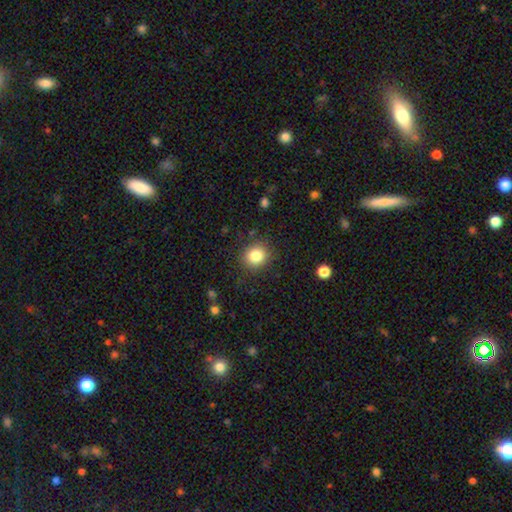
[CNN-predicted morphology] Smooth or featured? Predicted: smooth (p=0.83). How rounded? Predicted: round (p=0.82). Merging? Predicted: none (p=0.87).